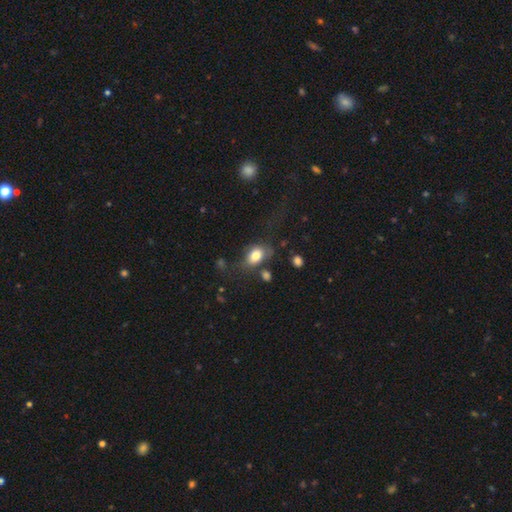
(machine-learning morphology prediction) Smooth or featured?
  - smooth: 80% *
  - featured or disk: 12%
  - star or artifact: 9%
How rounded?
  - in between: 77% *
  - round: 21%
  - cigar-shaped: 2%
Merging?
  - none: 55% *
  - minor disturbance: 24%
  - major disturbance: 15%
  - merger: 6%